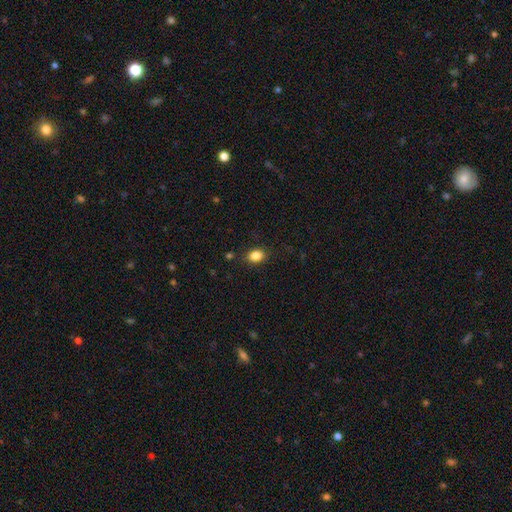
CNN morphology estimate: Q: Smooth or featured?
A: smooth (85%); runner-up: star or artifact (10%)
Q: How rounded?
A: in between (72%); runner-up: round (27%)
Q: Merging?
A: none (87%); runner-up: minor disturbance (9%)